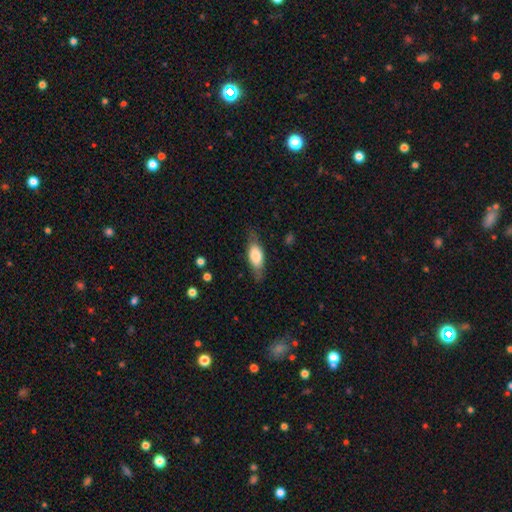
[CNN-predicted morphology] smooth_or_featured: smooth (p=0.70) [alt: featured or disk p=0.24]
how_rounded: in between (p=0.75) [alt: cigar-shaped p=0.22]
merging: none (p=0.76) [alt: minor disturbance p=0.17]